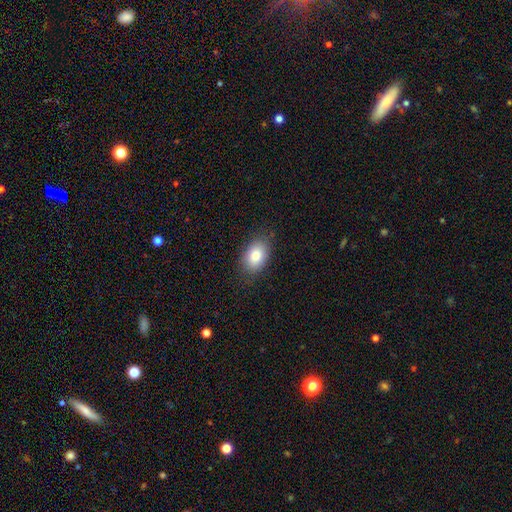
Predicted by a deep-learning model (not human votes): A smooth galaxy with no disk features (81%) that is in between round and cigar-shaped (84%). Merging: none (83%).